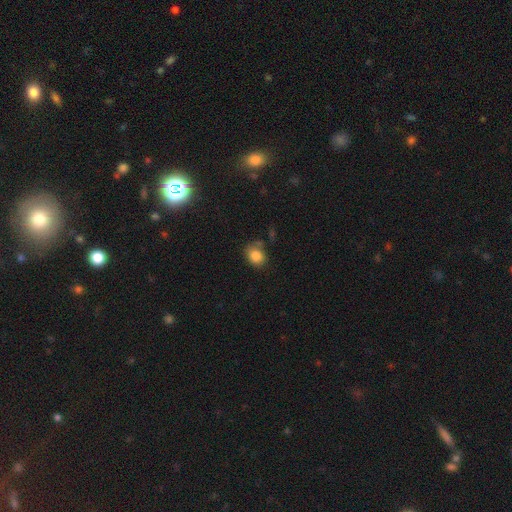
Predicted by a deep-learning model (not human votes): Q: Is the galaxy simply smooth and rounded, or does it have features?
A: smooth — 84%.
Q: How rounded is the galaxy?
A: round — 59%.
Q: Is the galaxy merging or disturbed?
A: none — 64%.